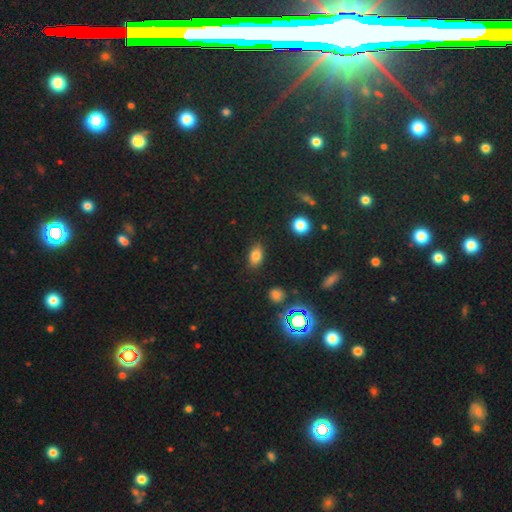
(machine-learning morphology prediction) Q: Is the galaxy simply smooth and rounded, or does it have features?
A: smooth — 77%.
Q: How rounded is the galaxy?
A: in between — 85%.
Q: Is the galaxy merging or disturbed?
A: none — 86%.